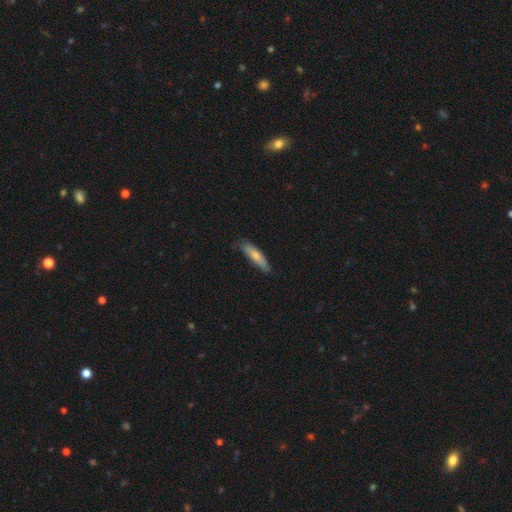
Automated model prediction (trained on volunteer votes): The model was most divided on "smooth or featured": smooth: 70%, featured or disk: 25%, star or artifact: 6%. More confident: how rounded — cigar-shaped (76%); merging — none (72%).